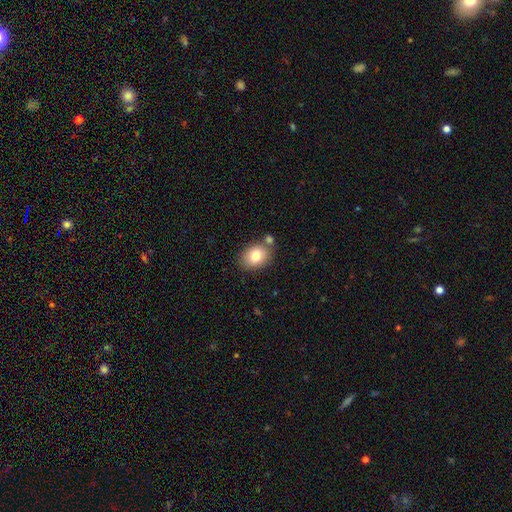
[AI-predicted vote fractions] The model was most divided on "how rounded": in between: 62%, round: 37%, cigar-shaped: 1%. More confident: smooth or featured — smooth (79%); merging — none (72%).